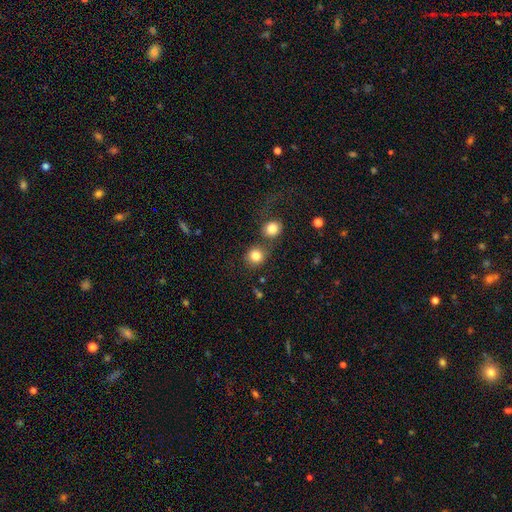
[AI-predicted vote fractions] Smooth or featured?
  - smooth: 83% *
  - star or artifact: 10%
  - featured or disk: 7%
How rounded?
  - round: 85% *
  - in between: 14%
  - cigar-shaped: 1%
Merging?
  - none: 61% *
  - merger: 26%
  - minor disturbance: 9%
  - major disturbance: 4%